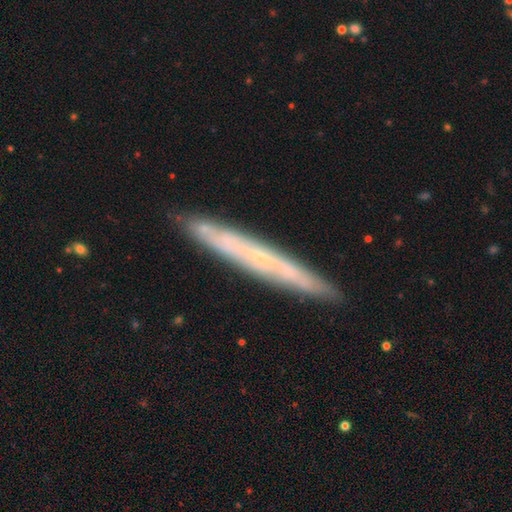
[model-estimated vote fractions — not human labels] smooth-or-featured: featured or disk: 64% | smooth: 30% | star or artifact: 6%
  disk-edge-on: yes: 81% | no: 19%
    edge-on-bulge: none: 75% | rounded: 22% | boxy: 3%
  merging: none: 87% | minor disturbance: 9% | major disturbance: 2% | merger: 1%